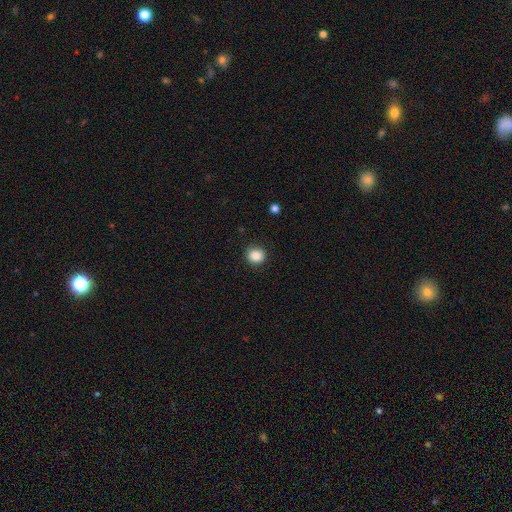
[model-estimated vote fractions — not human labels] Smooth or featured? smooth (87%)
How rounded? round (87%)
Merging? none (89%)